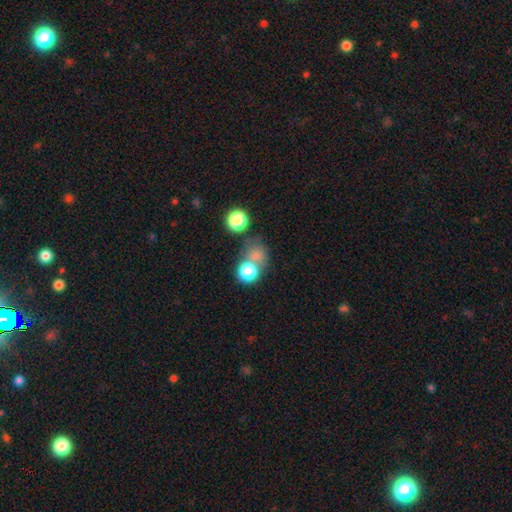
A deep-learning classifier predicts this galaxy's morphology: Q: Smooth or featured?
A: smooth (73%); runner-up: star or artifact (17%)
Q: How rounded?
A: round (75%); runner-up: in between (24%)
Q: Merging?
A: none (45%); runner-up: merger (38%)